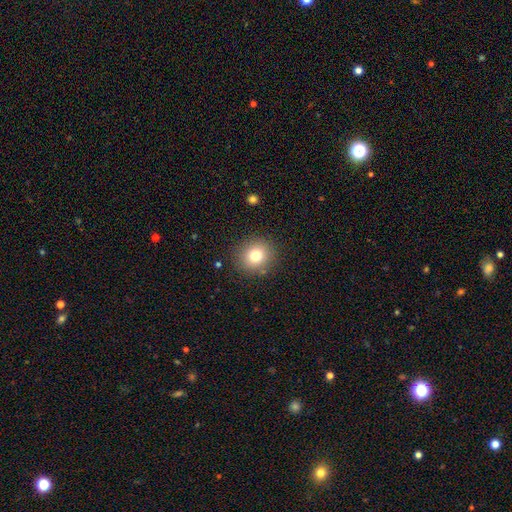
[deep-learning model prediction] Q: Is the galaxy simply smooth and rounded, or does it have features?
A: smooth — 79%.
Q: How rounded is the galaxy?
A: round — 86%.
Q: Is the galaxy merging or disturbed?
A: none — 88%.